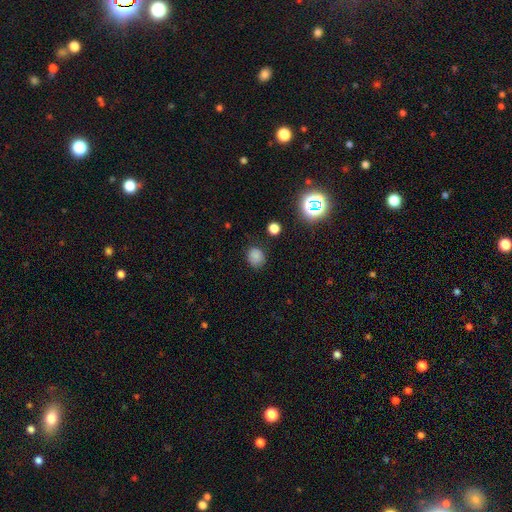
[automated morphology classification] Smooth or featured? smooth (80%)
How rounded? round (68%)
Merging? none (79%)